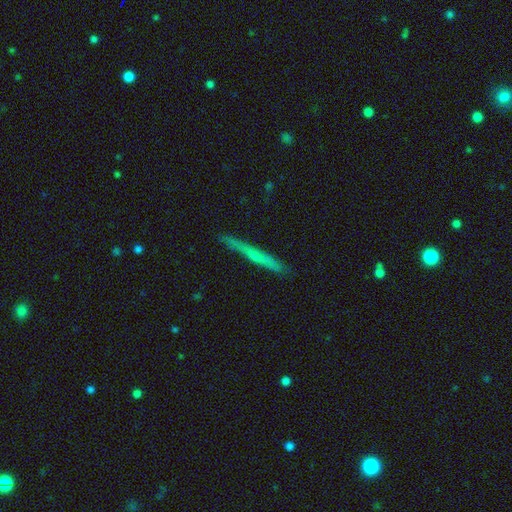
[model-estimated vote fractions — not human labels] Q: Smooth or featured?
A: featured or disk (54%); runner-up: smooth (40%)
Q: Edge-on disk?
A: yes (96%); runner-up: no (4%)
Q: Edge-on bulge?
A: none (54%); runner-up: rounded (41%)
Q: Merging?
A: none (88%); runner-up: minor disturbance (9%)